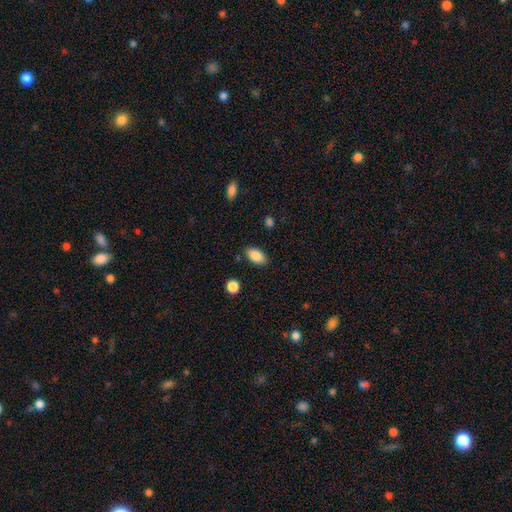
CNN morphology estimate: Smooth or featured: smooth — 87% (star or artifact — 8%)
How rounded: in between — 92% (round — 5%)
Merging: none — 84% (minor disturbance — 11%)